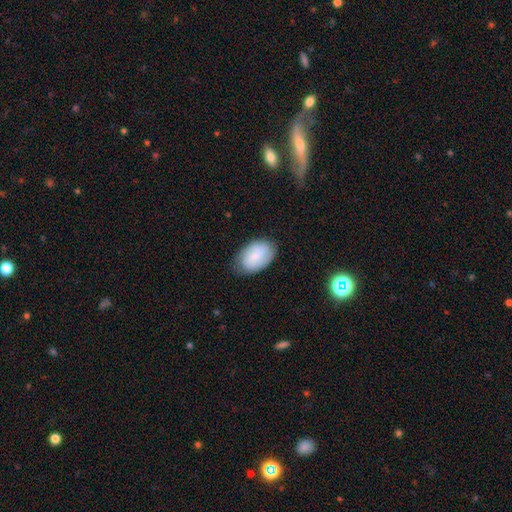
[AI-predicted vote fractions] This is likely a smooth galaxy (77%). How rounded: clearly in between (90%). Merging: likely none (76%).